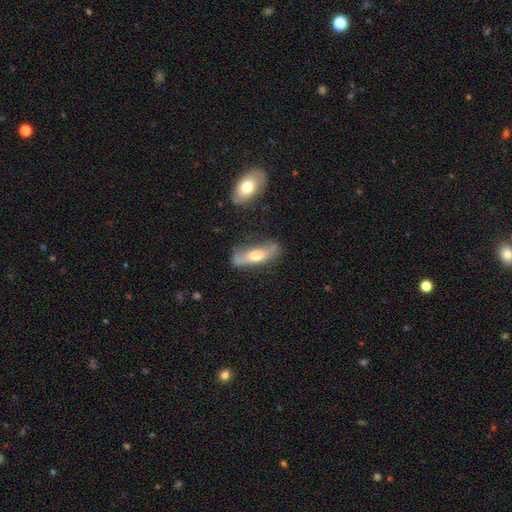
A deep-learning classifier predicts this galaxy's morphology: smooth_or_featured: featured or disk (p=0.47) [alt: smooth p=0.46]
merging: none (p=0.67) [alt: minor disturbance p=0.21]